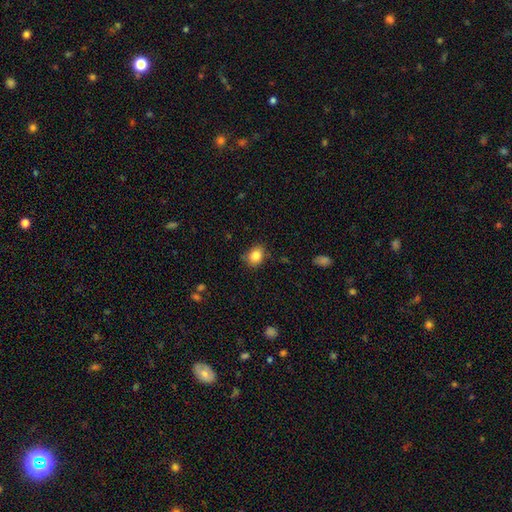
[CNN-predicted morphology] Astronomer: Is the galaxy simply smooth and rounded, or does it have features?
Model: smooth — 83%.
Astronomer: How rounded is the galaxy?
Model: round — 55% (runner-up: in between, 44%).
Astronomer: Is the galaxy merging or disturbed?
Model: none — 77%.